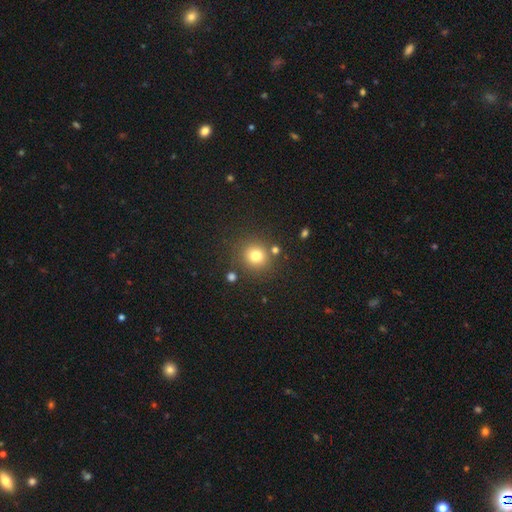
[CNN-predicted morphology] smooth 77%, star or artifact 15%, featured or disk 8%. Down the decision tree: how rounded — round (91%); merging — none (83%).